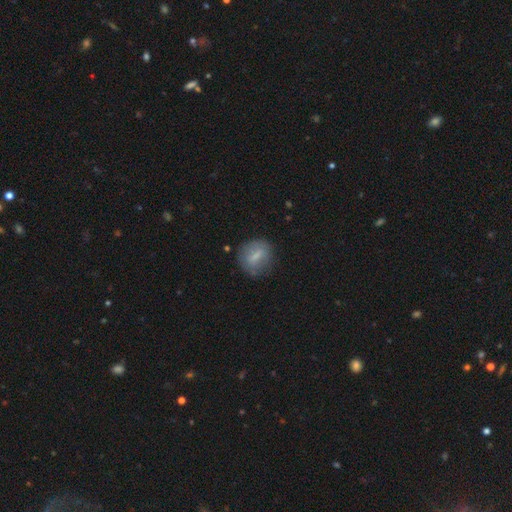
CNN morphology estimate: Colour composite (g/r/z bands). It shows a smooth galaxy with no disk features (63%) that is round (62%). Merging: none (75%).